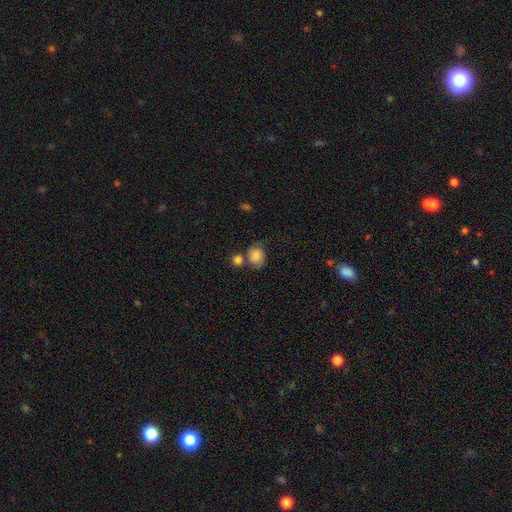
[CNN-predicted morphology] Smooth or featured? smooth (71%)
How rounded? round (69%)
Merging? none (49%)